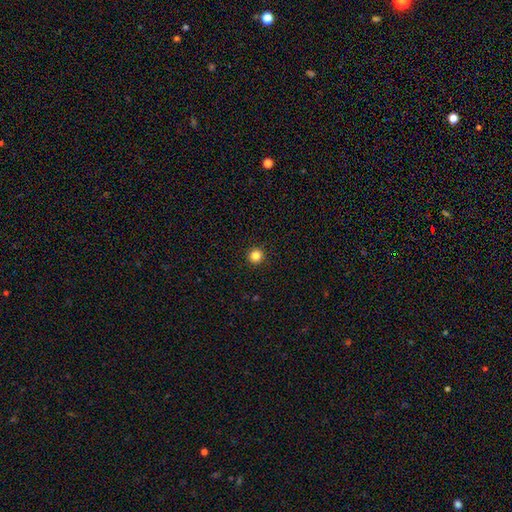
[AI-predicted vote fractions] The model was most divided on "smooth or featured": smooth: 83%, star or artifact: 13%, featured or disk: 4%. More confident: how rounded — round (96%); merging — none (94%).